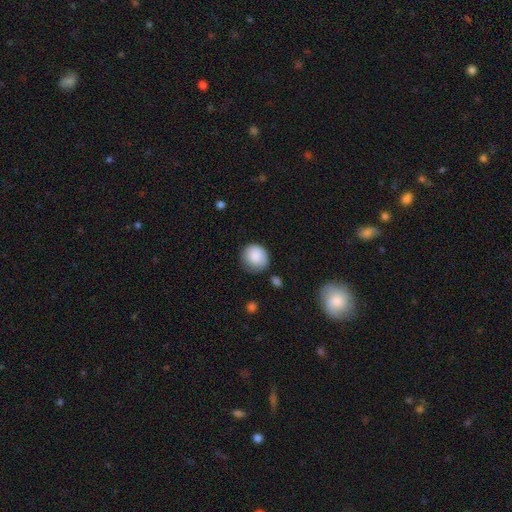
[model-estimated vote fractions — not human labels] A smooth galaxy with no disk features (87%) that is round (85%). Merging: none (69%).